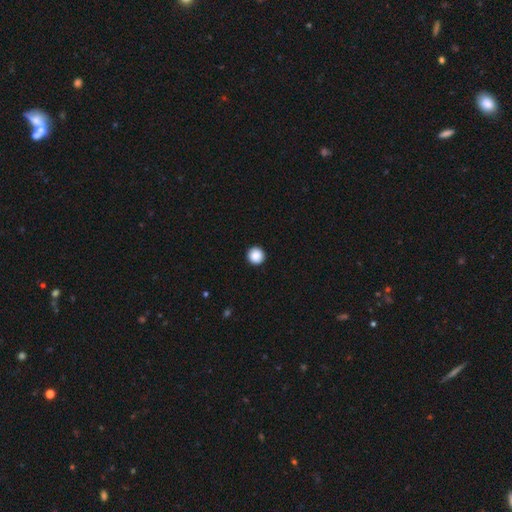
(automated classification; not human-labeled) smooth-or-featured: smooth: 88% | star or artifact: 9% | featured or disk: 3%
  how-rounded: round: 96% | in between: 3% | cigar-shaped: 1%
  merging: none: 94% | minor disturbance: 4% | major disturbance: 1% | merger: 1%